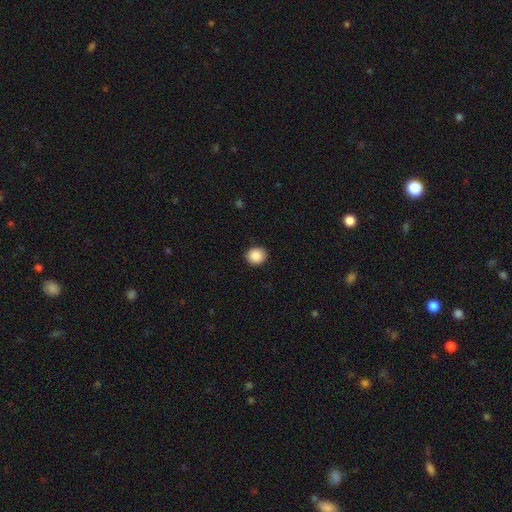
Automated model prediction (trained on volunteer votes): A smooth galaxy with no disk features (89%) that is round (87%).

Vote fractions:
- Smooth or featured? smooth: 89% / star or artifact: 8% / featured or disk: 3%
- How rounded? round: 87% / in between: 13% / cigar-shaped: 1%
- Merging? none: 90% / minor disturbance: 7% / major disturbance: 2% / merger: 1%